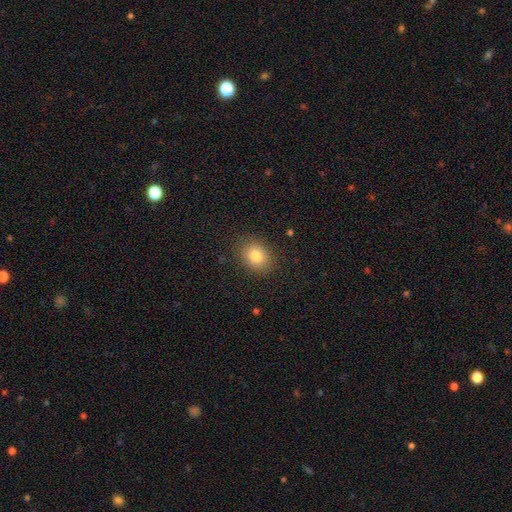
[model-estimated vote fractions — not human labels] Overall: smooth (82%). How rounded: round (58%; in between 41%). Merging: none (86%).